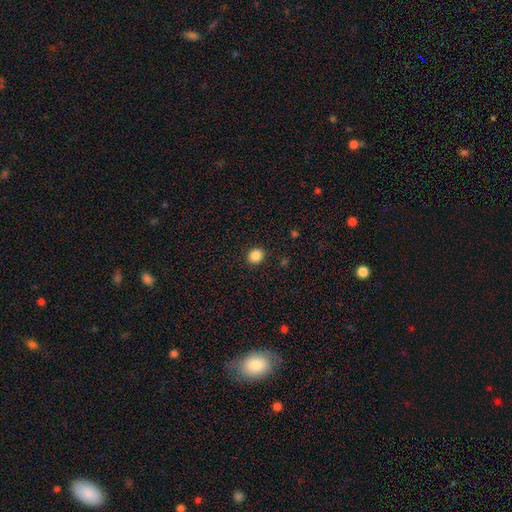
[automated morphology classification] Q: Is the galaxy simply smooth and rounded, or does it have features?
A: smooth — 87%.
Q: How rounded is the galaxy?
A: round — 82%.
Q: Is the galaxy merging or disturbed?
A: none — 91%.